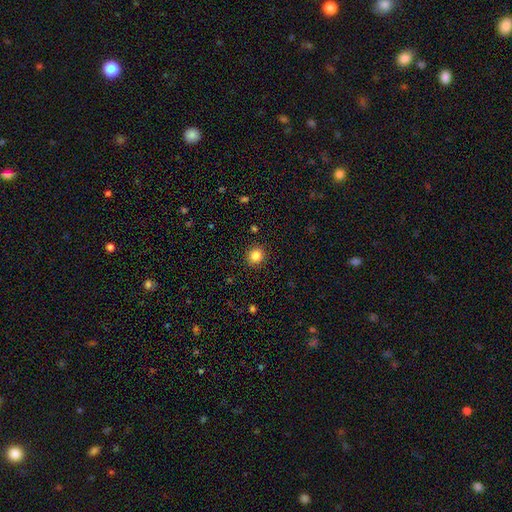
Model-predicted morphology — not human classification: A smooth galaxy with no disk features (83%) that is round (92%). Merging: none (92%).